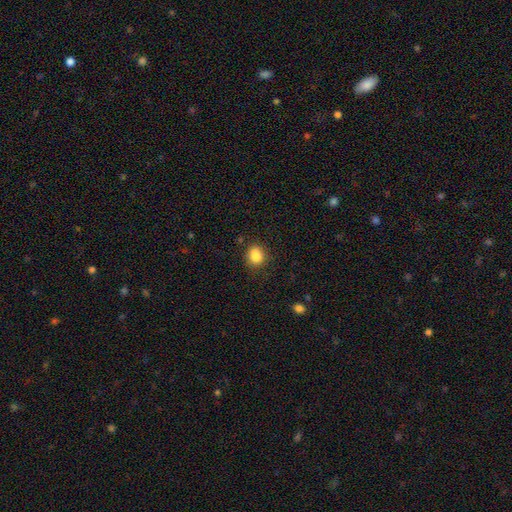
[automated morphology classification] Q: Smooth or featured?
A: smooth (86%); runner-up: star or artifact (10%)
Q: How rounded?
A: round (60%); runner-up: in between (39%)
Q: Merging?
A: none (80%); runner-up: minor disturbance (14%)